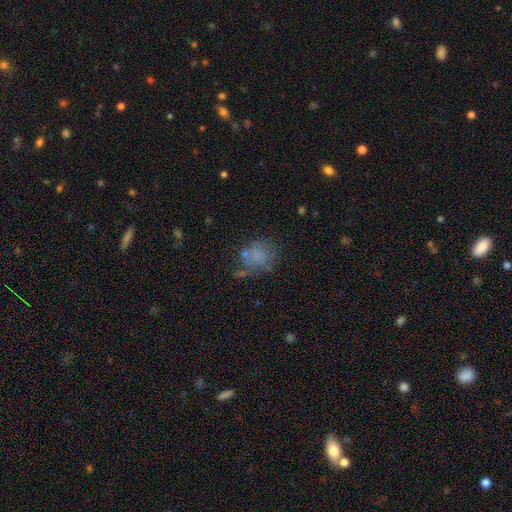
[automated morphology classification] Smooth or featured: smooth — 66% (featured or disk — 19%)
How rounded: round — 59% (in between — 40%)
Merging: none — 51% (minor disturbance — 22%)